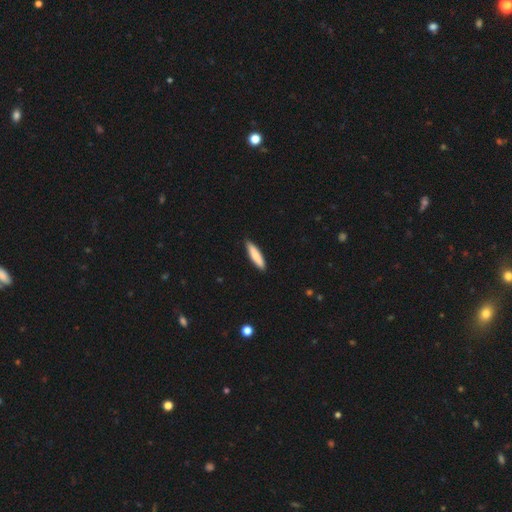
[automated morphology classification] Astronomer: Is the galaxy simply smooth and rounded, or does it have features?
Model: smooth — 81%.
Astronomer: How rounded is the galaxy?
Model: cigar-shaped — 81%.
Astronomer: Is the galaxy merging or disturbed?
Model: none — 89%.